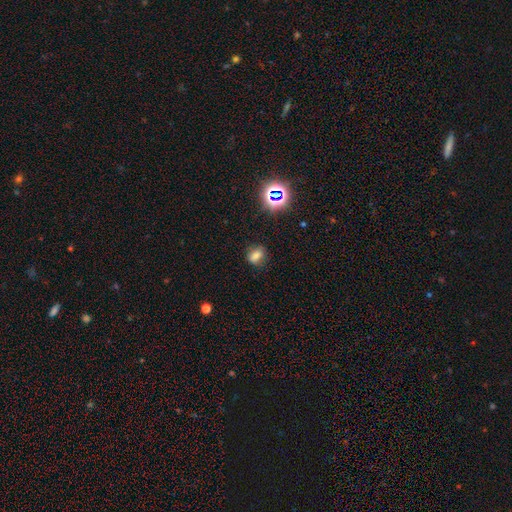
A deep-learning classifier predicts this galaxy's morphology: smooth 69%, star or artifact 20%, featured or disk 11%. Down the decision tree: how rounded — in between (59%); merging — none (78%).